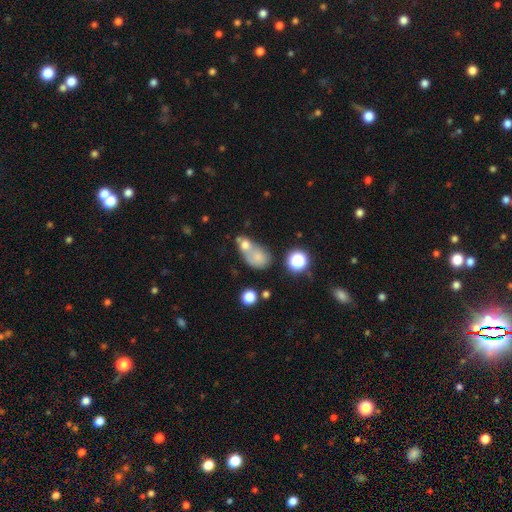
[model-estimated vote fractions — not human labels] A smooth galaxy with no disk features (66%) that is in between round and cigar-shaped (56%).

Vote fractions:
- Smooth or featured? smooth: 66% / featured or disk: 19% / star or artifact: 16%
- How rounded? in between: 56% / round: 41% / cigar-shaped: 3%
- Merging? merger: 54% / none: 23% / minor disturbance: 11% / major disturbance: 11%